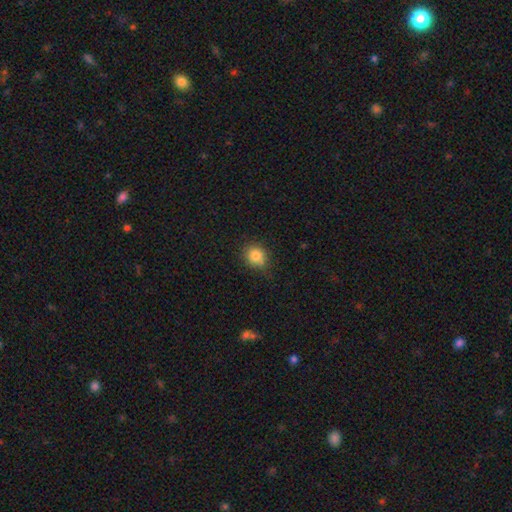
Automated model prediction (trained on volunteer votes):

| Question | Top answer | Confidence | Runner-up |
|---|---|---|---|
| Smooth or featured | smooth | 83% | star or artifact (11%) |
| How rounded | round | 75% | in between (24%) |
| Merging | none | 77% | minor disturbance (18%) |